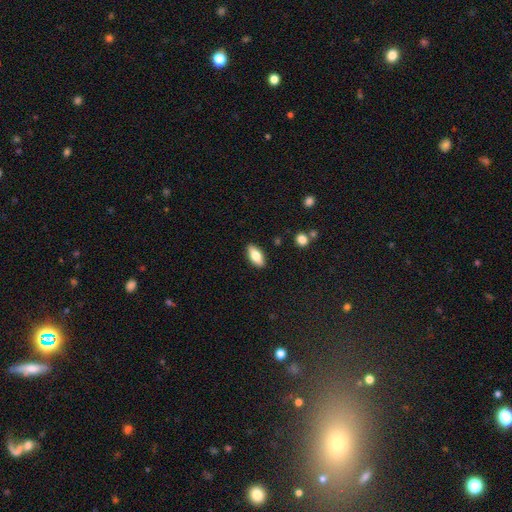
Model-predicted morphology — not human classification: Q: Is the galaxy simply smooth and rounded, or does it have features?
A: smooth — 71%.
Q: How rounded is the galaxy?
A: in between — 83%.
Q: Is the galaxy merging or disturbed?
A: none — 88%.